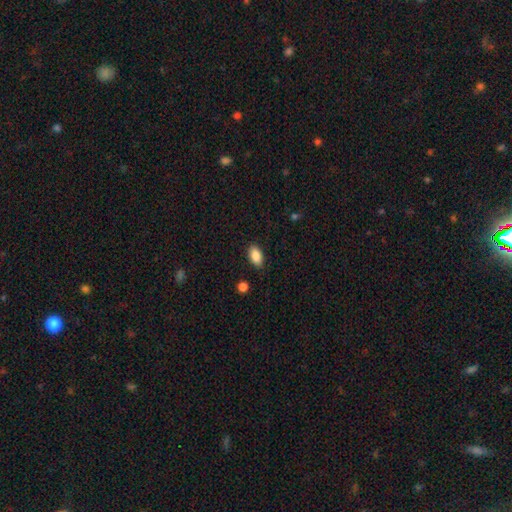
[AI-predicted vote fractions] Q: Smooth or featured?
A: smooth (88%); runner-up: star or artifact (8%)
Q: How rounded?
A: in between (92%); runner-up: round (5%)
Q: Merging?
A: none (87%); runner-up: minor disturbance (9%)